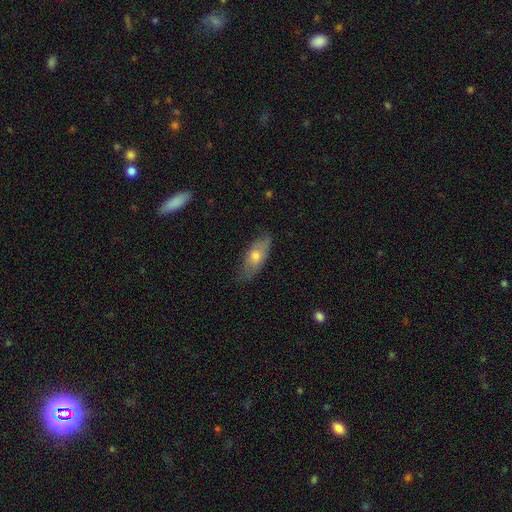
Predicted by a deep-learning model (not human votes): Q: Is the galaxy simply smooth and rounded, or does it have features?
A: smooth — 65%.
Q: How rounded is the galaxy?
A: in between — 73%.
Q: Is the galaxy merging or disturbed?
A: none — 75%.